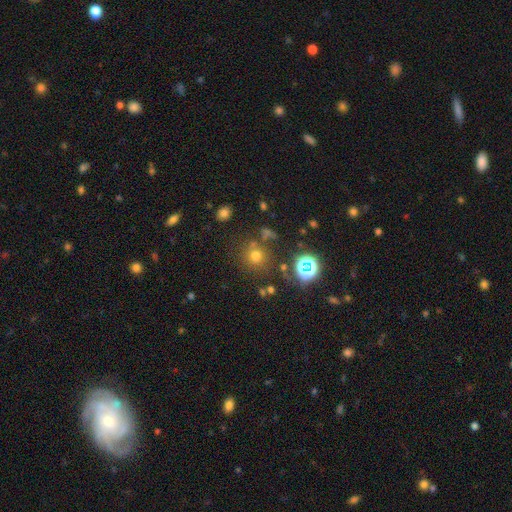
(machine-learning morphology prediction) This is likely a smooth galaxy (64%). How rounded: clearly round (90%). Merging: likely none (76%).